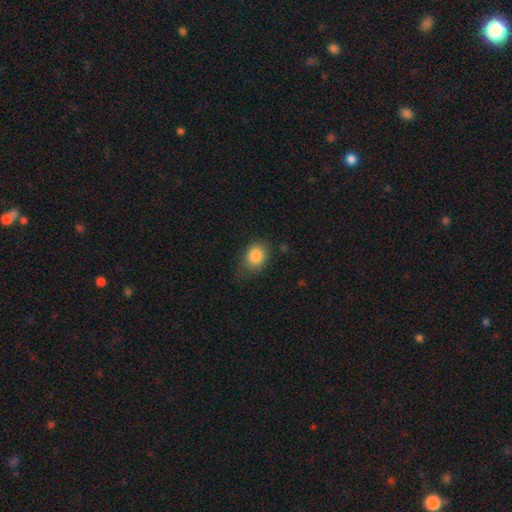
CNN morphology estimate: The model was most divided on "how rounded": in between: 56%, round: 43%, cigar-shaped: 1%. More confident: smooth or featured — smooth (86%); merging — none (64%).